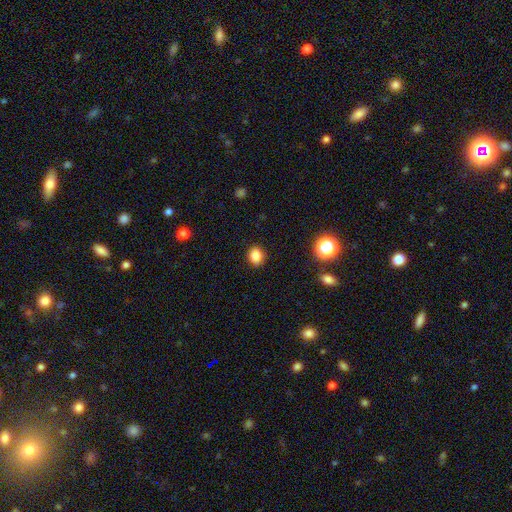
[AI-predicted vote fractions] Smooth or featured?
  - smooth: 83% *
  - star or artifact: 12%
  - featured or disk: 4%
How rounded?
  - round: 67% *
  - in between: 32%
  - cigar-shaped: 1%
Merging?
  - none: 88% *
  - minor disturbance: 9%
  - major disturbance: 2%
  - merger: 1%